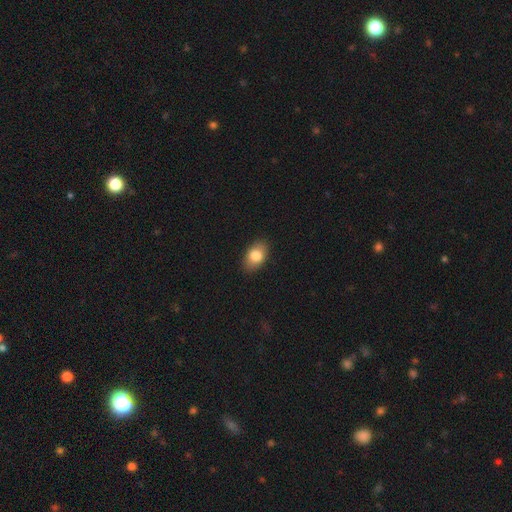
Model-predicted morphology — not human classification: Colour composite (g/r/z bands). It shows a smooth galaxy with no disk features (81%) that is in between round and cigar-shaped (87%). Merging: none (87%).